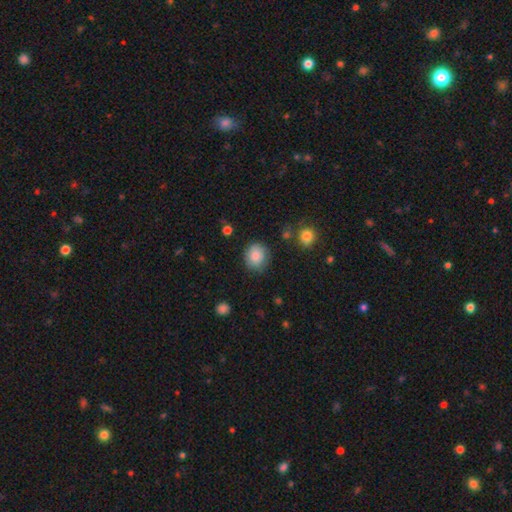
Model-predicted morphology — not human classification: The model was most divided on "how rounded": round: 75%, in between: 25%, cigar-shaped: 1%. More confident: smooth or featured — smooth (86%); merging — none (81%).